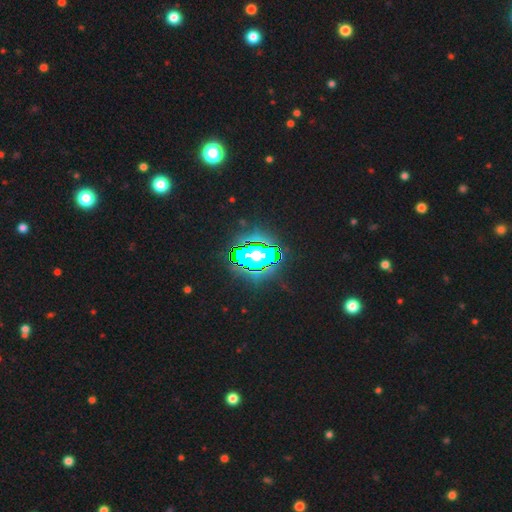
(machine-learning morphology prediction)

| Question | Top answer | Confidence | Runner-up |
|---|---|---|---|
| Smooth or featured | star or artifact | 65% | smooth (19%) |